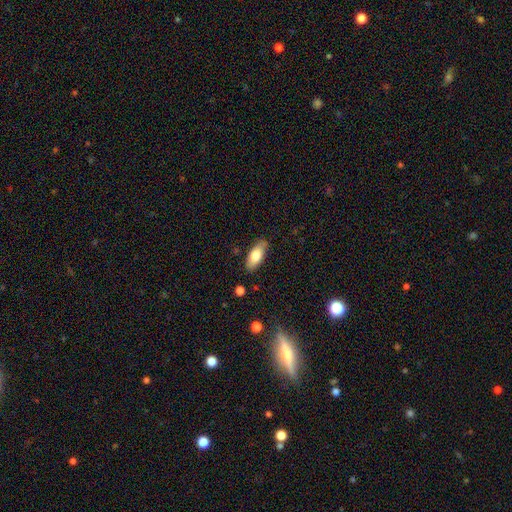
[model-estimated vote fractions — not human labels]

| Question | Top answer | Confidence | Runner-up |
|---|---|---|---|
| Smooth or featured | smooth | 75% | featured or disk (18%) |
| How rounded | in between | 81% | cigar-shaped (16%) |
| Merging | none | 84% | minor disturbance (12%) |